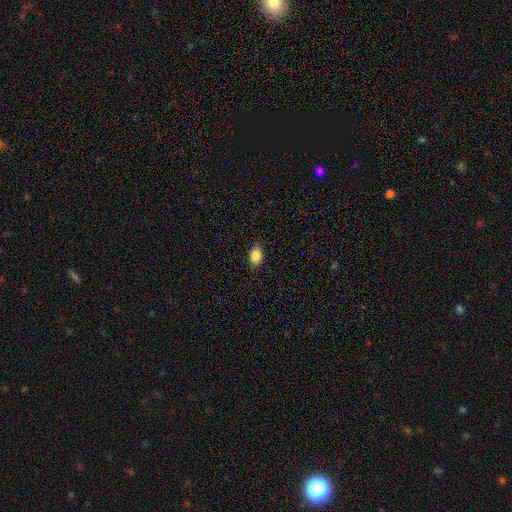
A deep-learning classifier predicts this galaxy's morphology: The model was most divided on "merging": none: 86%, minor disturbance: 11%, major disturbance: 2%, merger: 1%. More confident: how rounded — in between (89%); smooth or featured — smooth (88%).